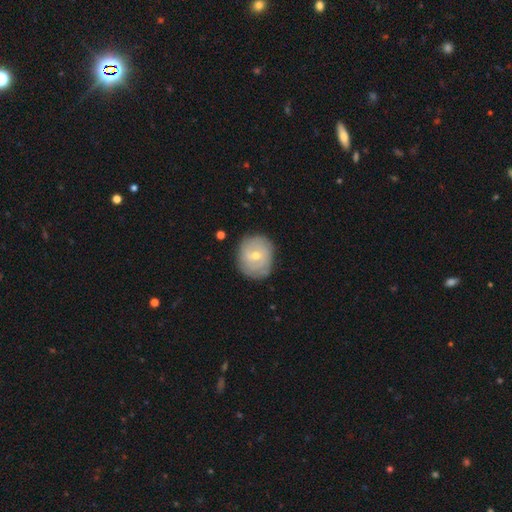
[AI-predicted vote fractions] The model was most divided on "bulge size": moderate: 54%, small: 43%, large: 2%, none: 1%, dominant: 1%. More confident: edge-on disk — no (96%); merging — none (76%); spiral arms — yes (66%); bar — no (55%); smooth or featured — featured or disk (55%).